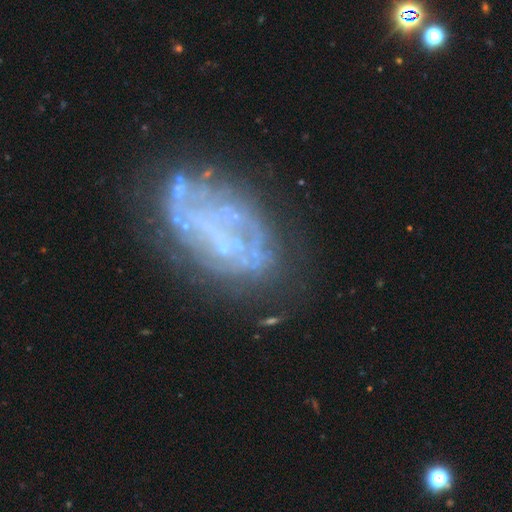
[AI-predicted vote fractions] Overall: featured or disk (66%). Edge-on disk: no (97%). Bar: no (76%). Spiral arms: no (65%; yes 35%). Bulge size: none (69%). Merging: none (47%; major disturbance 27%).